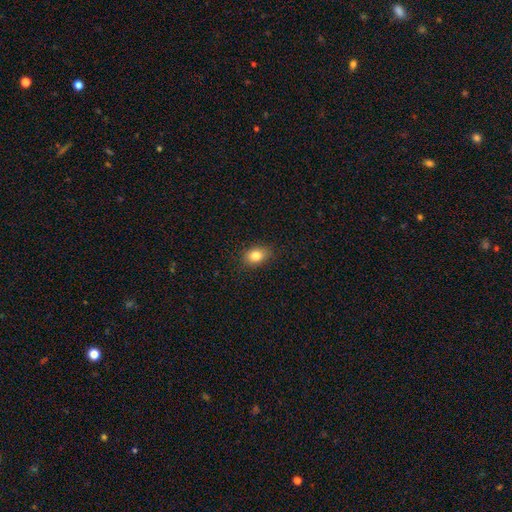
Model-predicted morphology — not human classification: This appears to be a smooth galaxy with no disk features (83%) that is in between round and cigar-shaped (77%). Merging: none (86%).